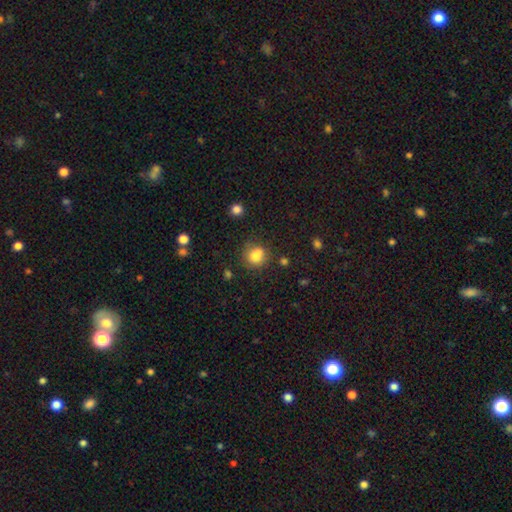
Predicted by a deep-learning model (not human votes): Smooth or featured?
  - smooth: 78% *
  - star or artifact: 12%
  - featured or disk: 10%
How rounded?
  - round: 73% *
  - in between: 26%
  - cigar-shaped: 1%
Merging?
  - none: 59% *
  - minor disturbance: 20%
  - merger: 15%
  - major disturbance: 7%